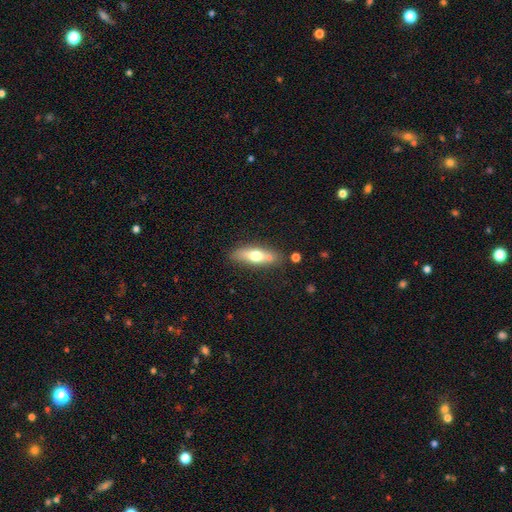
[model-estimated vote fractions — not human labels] Morphology: type=smooth (59%); roundness=in between (54%); merging=none (72%).